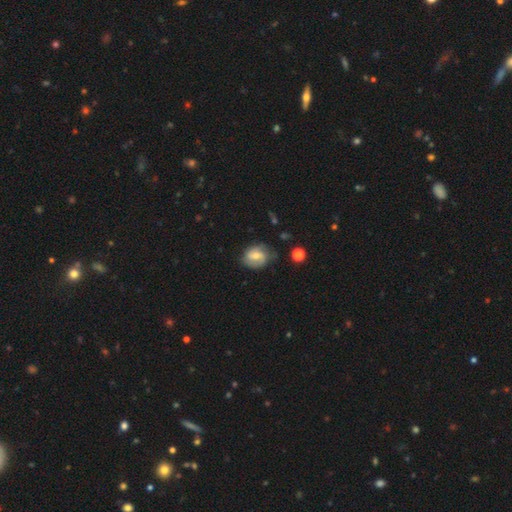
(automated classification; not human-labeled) A smooth galaxy with no disk features (51%) that is round (52%).

Vote fractions:
- Smooth or featured? smooth: 51% / featured or disk: 41% / star or artifact: 8%
- How rounded? round: 52% / in between: 47% / cigar-shaped: 1%
- Merging? none: 63% / minor disturbance: 27% / major disturbance: 8% / merger: 2%